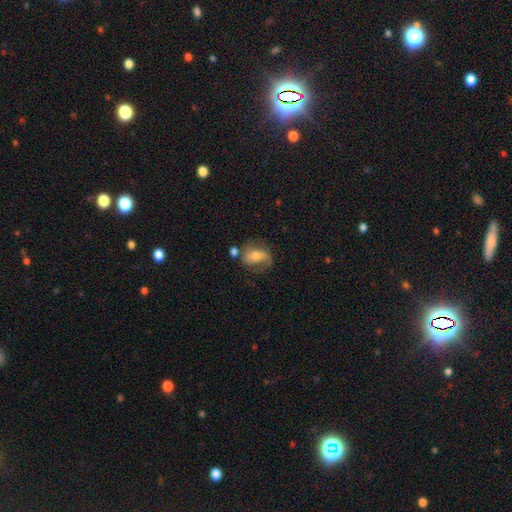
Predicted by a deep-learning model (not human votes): Morphology: type=featured or disk (47%); merging=none (49%).